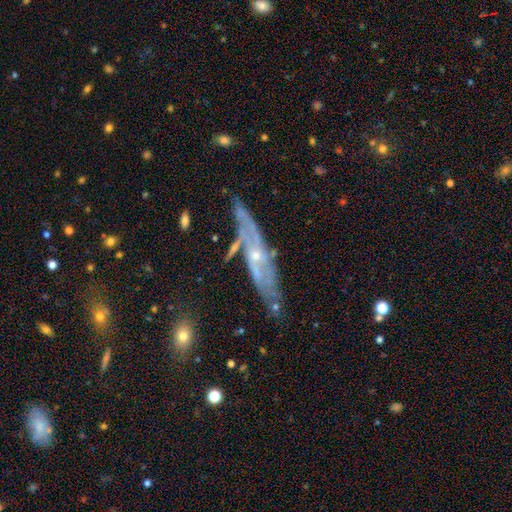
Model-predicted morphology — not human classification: Overall: featured or disk (78%). Edge-on disk: no (61%; yes 39%). Merging: none (67%).